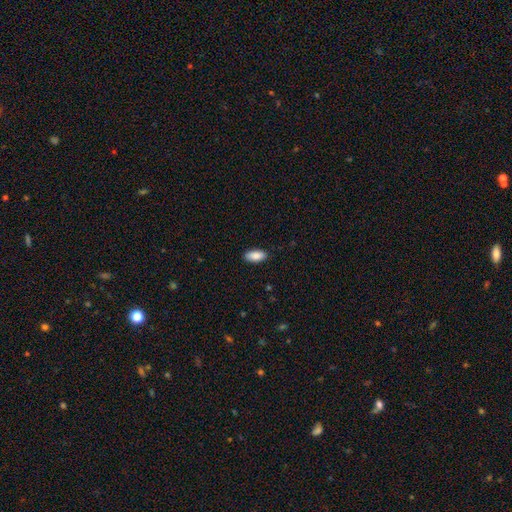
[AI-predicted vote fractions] This appears to be a smooth galaxy with no disk features (88%) that is in between round and cigar-shaped (90%). Merging: none (88%).